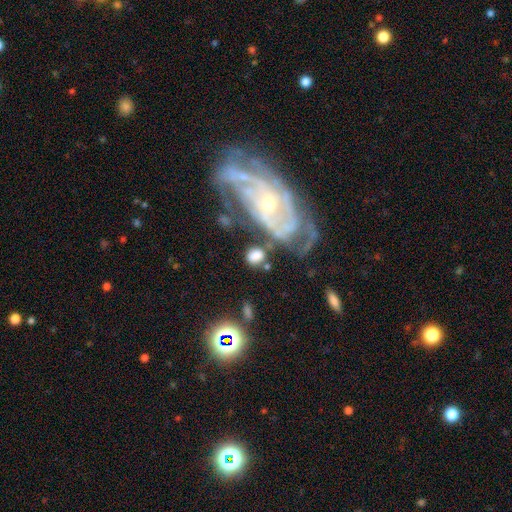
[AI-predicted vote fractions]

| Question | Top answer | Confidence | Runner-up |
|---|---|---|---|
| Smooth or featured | smooth | 64% | featured or disk (28%) |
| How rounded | round | 50% | in between (47%) |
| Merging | none | 52% | minor disturbance (18%) |